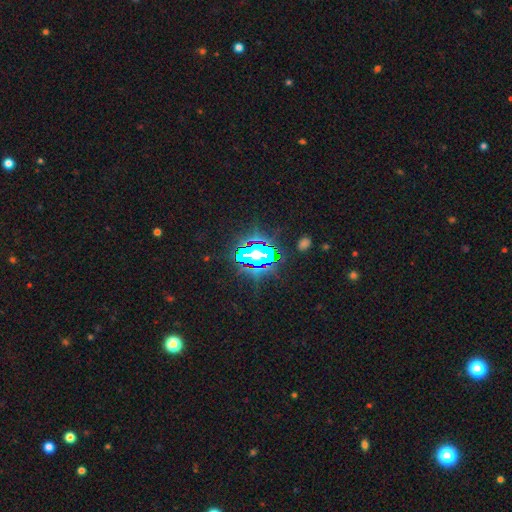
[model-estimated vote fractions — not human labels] Overall: star or artifact (79%).